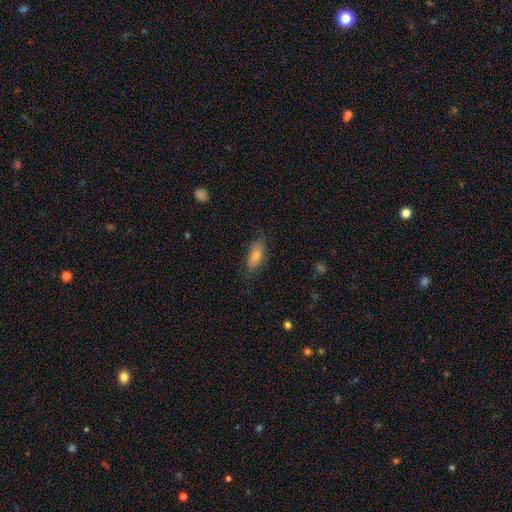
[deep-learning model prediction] smooth_or_featured: smooth (p=0.68) [alt: featured or disk p=0.23]
how_rounded: in between (p=0.74) [alt: cigar-shaped p=0.23]
merging: none (p=0.78) [alt: minor disturbance p=0.17]